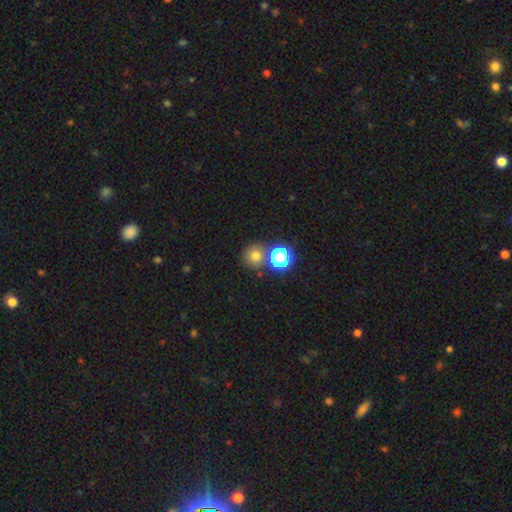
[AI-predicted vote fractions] Morphology: type=smooth (72%); roundness=round (90%); merging=none (71%).